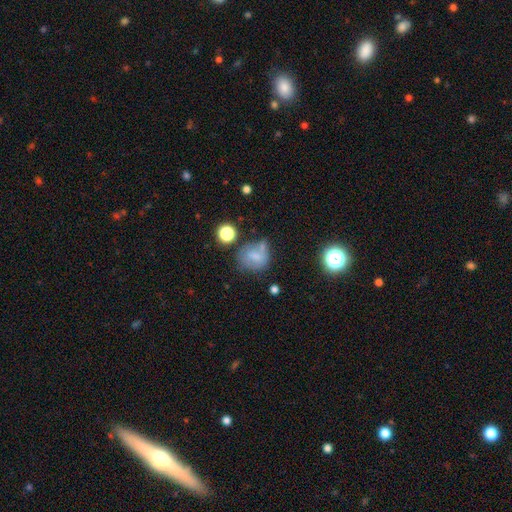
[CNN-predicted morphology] smooth_or_featured: smooth (p=0.63) [alt: featured or disk p=0.23]
how_rounded: round (p=0.67) [alt: in between p=0.31]
merging: none (p=0.46) [alt: minor disturbance p=0.27]